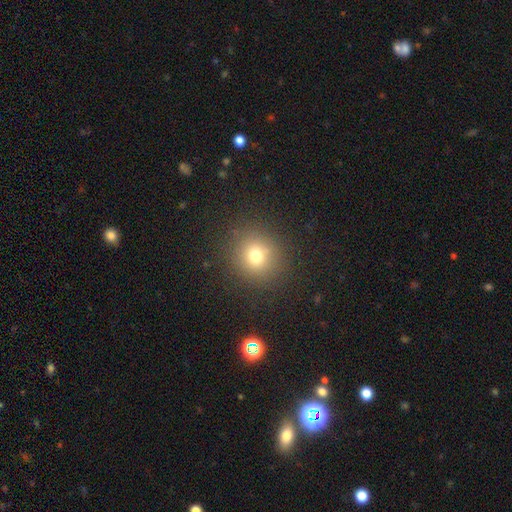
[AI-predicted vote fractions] Morphology: type=smooth (73%); roundness=round (88%); merging=none (87%).